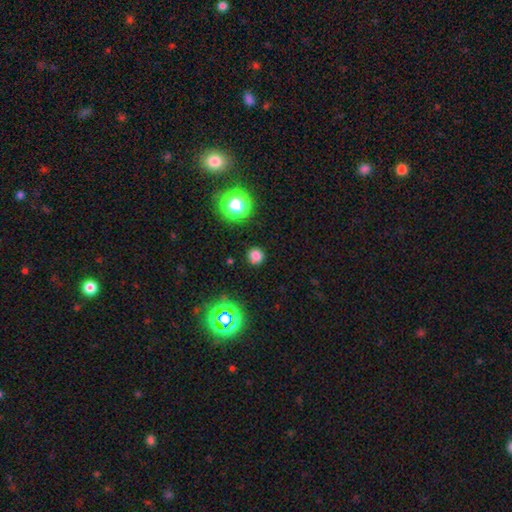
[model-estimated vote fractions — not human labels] Smooth or featured: smooth — 73% (star or artifact — 22%)
How rounded: round — 88% (in between — 11%)
Merging: none — 84% (minor disturbance — 10%)